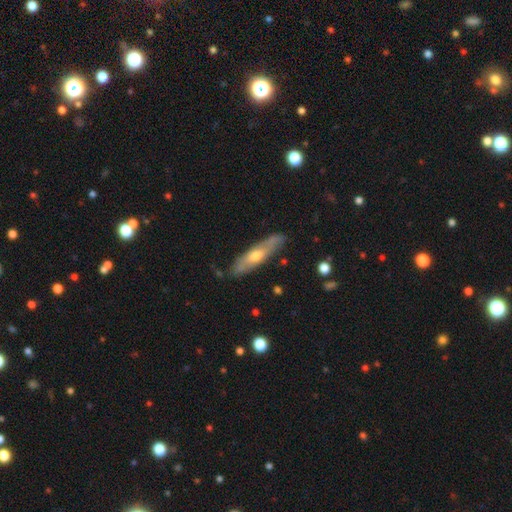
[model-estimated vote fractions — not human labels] Smooth or featured?
  - featured or disk: 55% *
  - smooth: 39%
  - star or artifact: 6%
Edge-on disk?
  - yes: 60% *
  - no: 40%
Merging?
  - none: 81% *
  - minor disturbance: 14%
  - major disturbance: 3%
  - merger: 2%